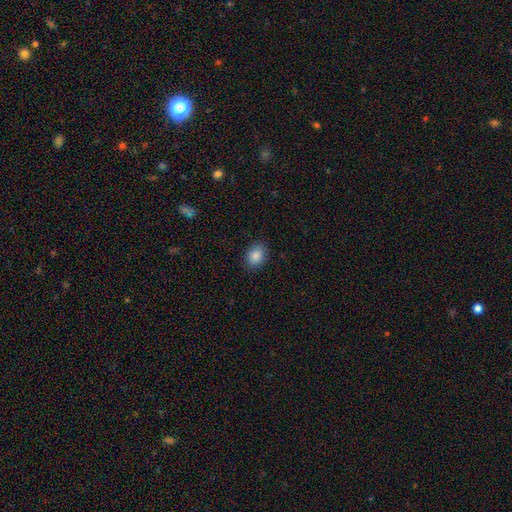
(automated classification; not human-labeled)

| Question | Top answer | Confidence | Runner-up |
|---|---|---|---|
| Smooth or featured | smooth | 86% | star or artifact (9%) |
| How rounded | in between | 69% | round (30%) |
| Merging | none | 88% | minor disturbance (9%) |